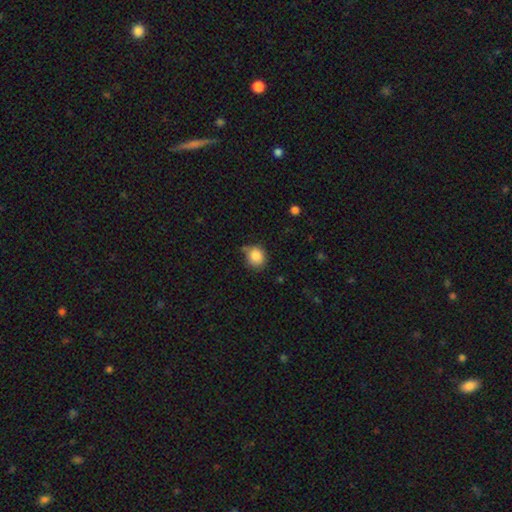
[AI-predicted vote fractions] The model was most divided on "merging": none: 62%, minor disturbance: 26%, merger: 6%, major disturbance: 6%. More confident: smooth or featured — smooth (86%); how rounded — round (78%).